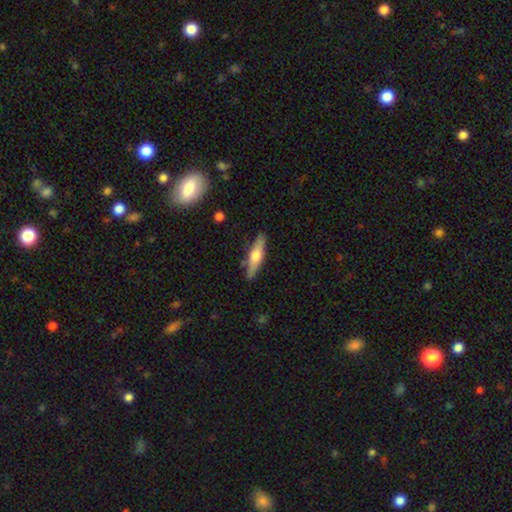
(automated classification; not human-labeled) This appears to be a featured or disk galaxy (48%). Merging: none (85%).